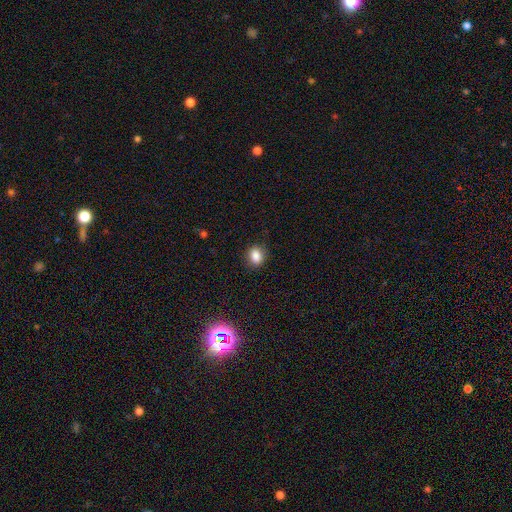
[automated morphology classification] smooth-or-featured: smooth: 84% | star or artifact: 11% | featured or disk: 6%
  how-rounded: in between: 55% | round: 43% | cigar-shaped: 1%
  merging: none: 83% | minor disturbance: 12% | major disturbance: 3% | merger: 1%